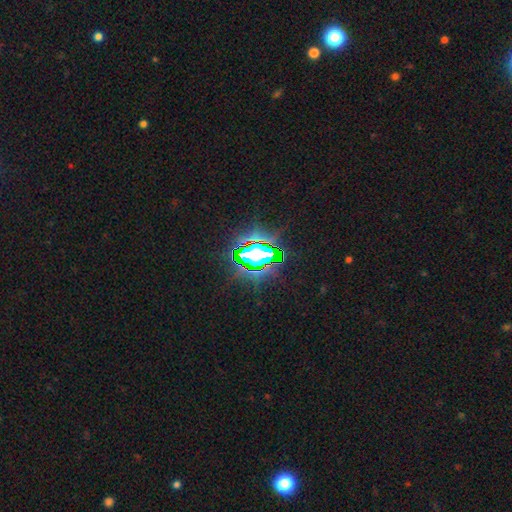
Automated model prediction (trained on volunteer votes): smooth-or-featured: star or artifact: 72% | smooth: 17% | featured or disk: 11%